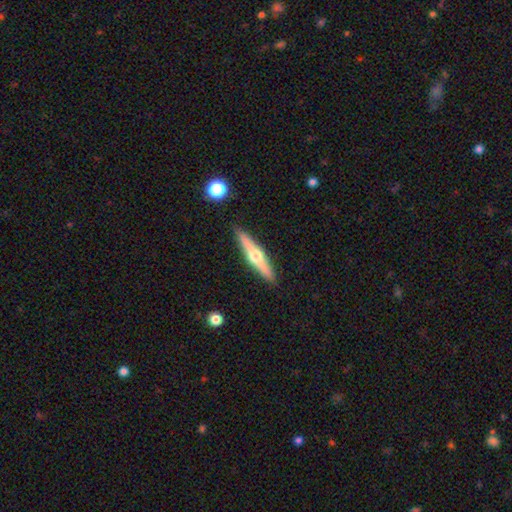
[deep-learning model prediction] This is likely a featured or disk galaxy (67%). It is clearly viewed edge-on (97%). Edge-on bulge: clearly rounded (95%). Merging: clearly none (90%).